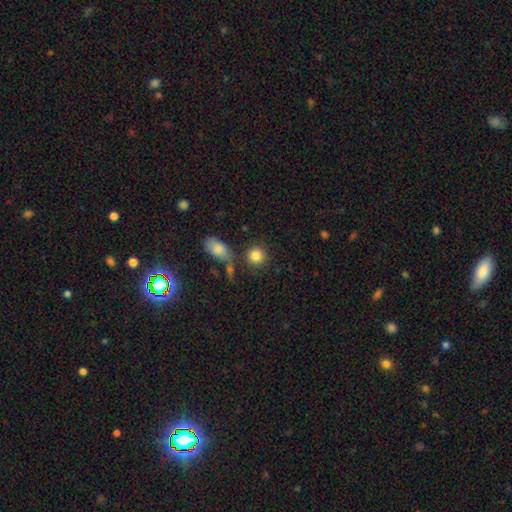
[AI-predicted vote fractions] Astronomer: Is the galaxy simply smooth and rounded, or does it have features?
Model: smooth — 85%.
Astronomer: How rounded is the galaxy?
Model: round — 85%.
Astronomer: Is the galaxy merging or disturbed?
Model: none — 74%.